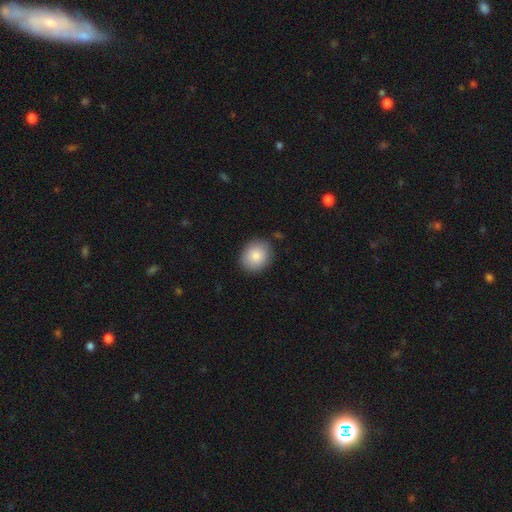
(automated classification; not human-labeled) Morphology: type=smooth (86%); roundness=round (66%); merging=none (87%).